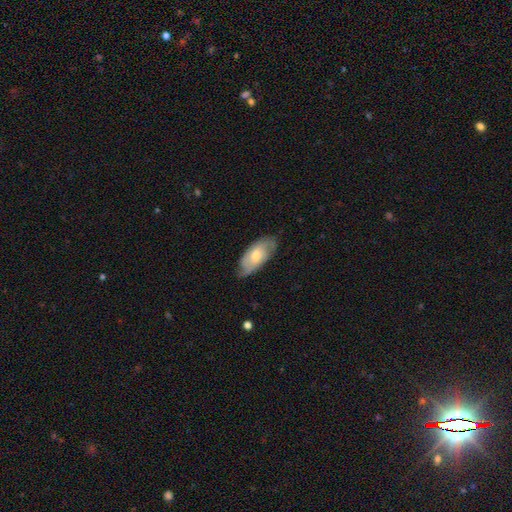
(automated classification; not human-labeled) Smooth or featured?
  - featured or disk: 49% *
  - smooth: 45%
  - star or artifact: 6%
Merging?
  - none: 72% *
  - minor disturbance: 23%
  - major disturbance: 4%
  - merger: 1%